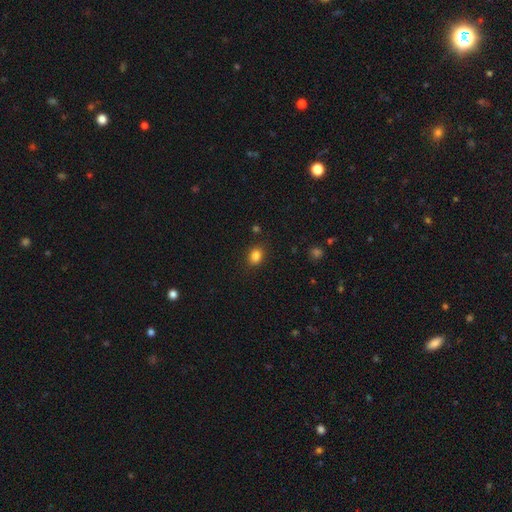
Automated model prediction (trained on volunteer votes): Q: Smooth or featured?
A: smooth (84%); runner-up: star or artifact (11%)
Q: How rounded?
A: in between (56%); runner-up: round (43%)
Q: Merging?
A: none (87%); runner-up: minor disturbance (9%)